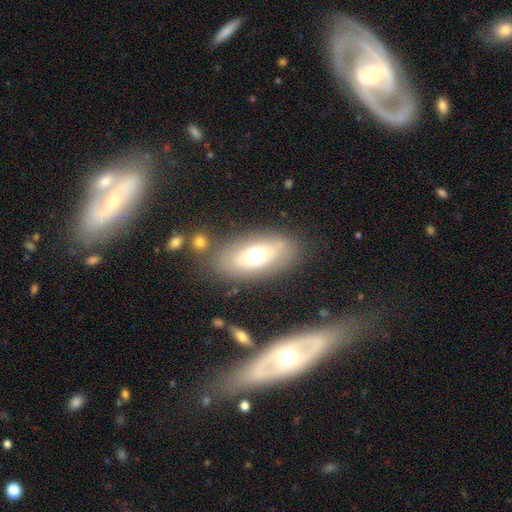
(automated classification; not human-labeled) Smooth or featured?
  - smooth: 60% *
  - featured or disk: 28%
  - star or artifact: 11%
How rounded?
  - in between: 85% *
  - round: 10%
  - cigar-shaped: 5%
Merging?
  - none: 78% *
  - minor disturbance: 11%
  - major disturbance: 6%
  - merger: 5%